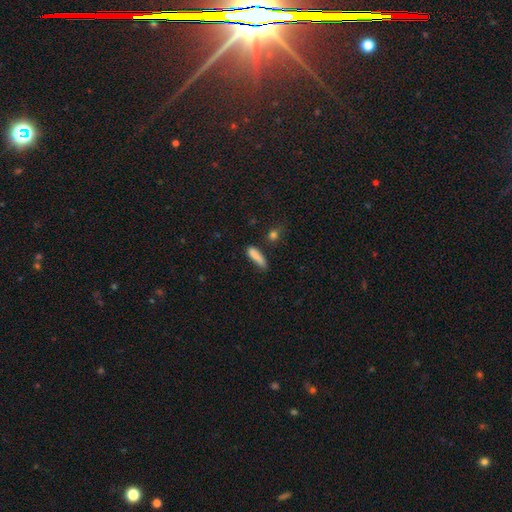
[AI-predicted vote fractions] smooth_or_featured: smooth (p=0.82) [alt: featured or disk p=0.10]
how_rounded: cigar-shaped (p=0.65) [alt: in between p=0.33]
merging: none (p=0.54) [alt: minor disturbance p=0.29]